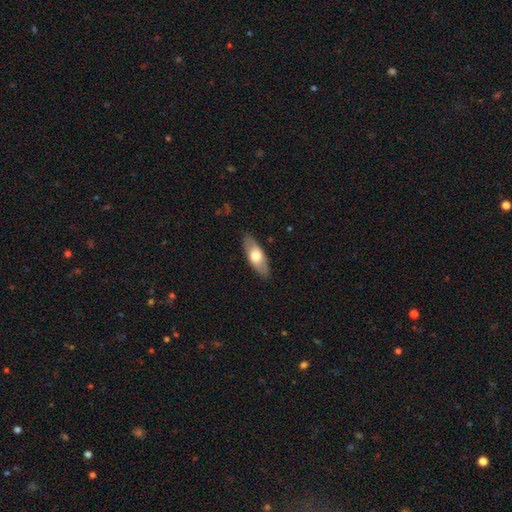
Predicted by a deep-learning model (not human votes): Q: Smooth or featured?
A: smooth (59%); runner-up: featured or disk (36%)
Q: How rounded?
A: in between (76%); runner-up: cigar-shaped (21%)
Q: Merging?
A: none (85%); runner-up: minor disturbance (11%)